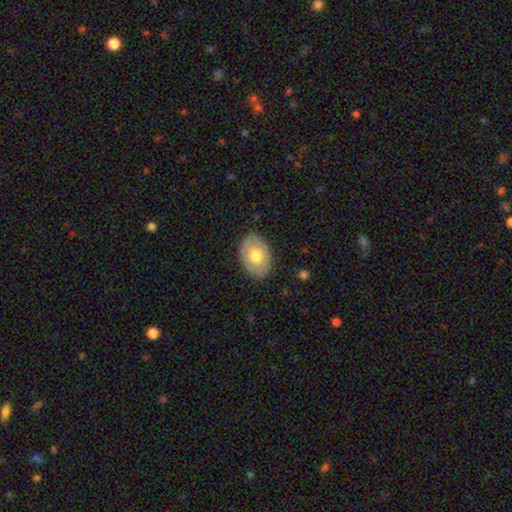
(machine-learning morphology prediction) The model was most divided on "smooth or featured": smooth: 60%, featured or disk: 34%, star or artifact: 6%. More confident: merging — none (85%); how rounded — in between (80%).